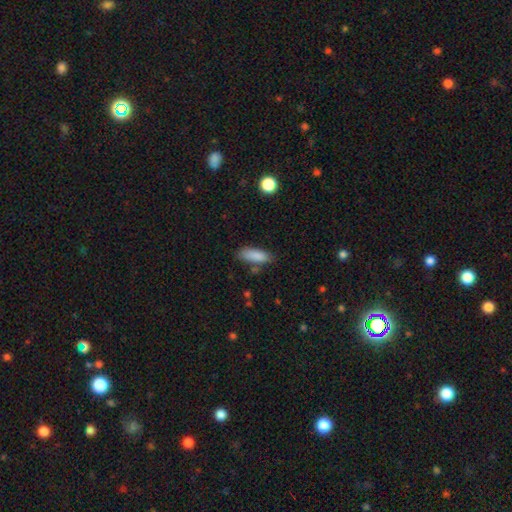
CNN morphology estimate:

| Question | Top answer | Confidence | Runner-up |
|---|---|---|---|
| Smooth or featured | smooth | 87% | star or artifact (7%) |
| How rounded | in between | 66% | cigar-shaped (32%) |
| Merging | none | 73% | minor disturbance (18%) |